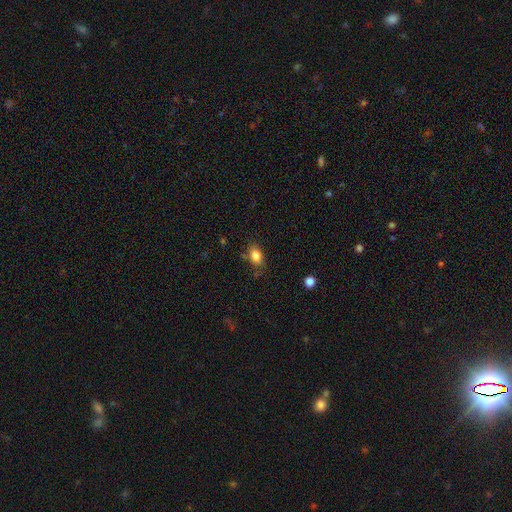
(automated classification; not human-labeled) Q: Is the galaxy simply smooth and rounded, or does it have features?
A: smooth — 83%.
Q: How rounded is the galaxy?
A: in between — 81%.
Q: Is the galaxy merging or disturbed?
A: none — 76%.